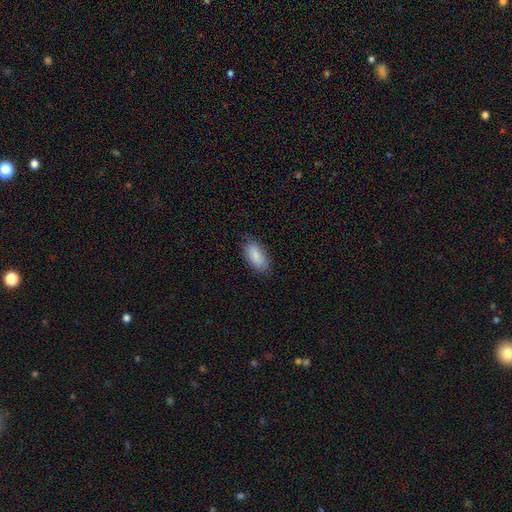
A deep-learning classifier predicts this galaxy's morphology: Smooth or featured: smooth — 88% (featured or disk — 6%)
How rounded: in between — 91% (cigar-shaped — 6%)
Merging: none — 79% (minor disturbance — 17%)